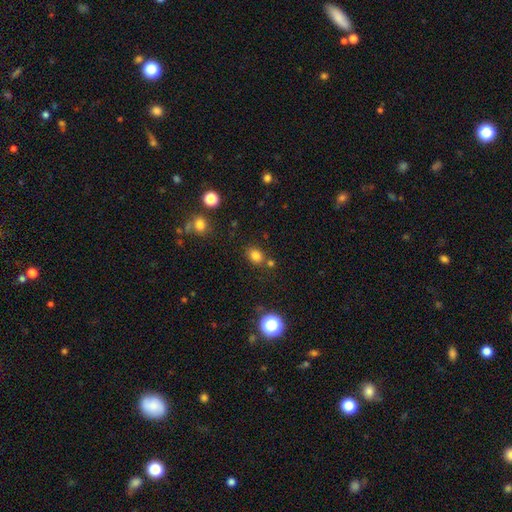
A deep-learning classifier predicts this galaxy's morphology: smooth_or_featured: smooth (p=0.79) [alt: star or artifact p=0.15]
how_rounded: in between (p=0.54) [alt: round p=0.45]
merging: none (p=0.73) [alt: merger p=0.12]